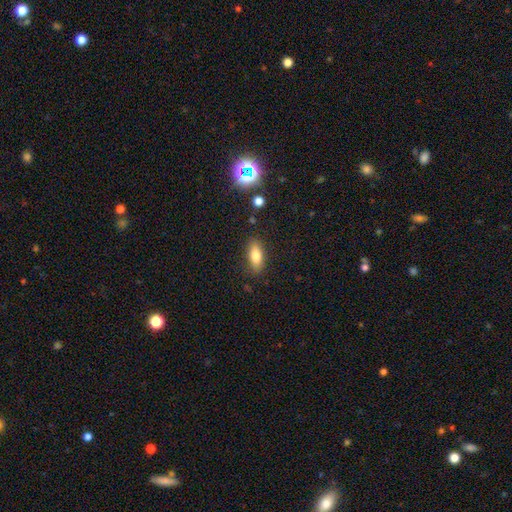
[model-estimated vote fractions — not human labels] Smooth or featured? Predicted: smooth (p=0.80). How rounded? Predicted: in between (p=0.80). Merging? Predicted: none (p=0.84).